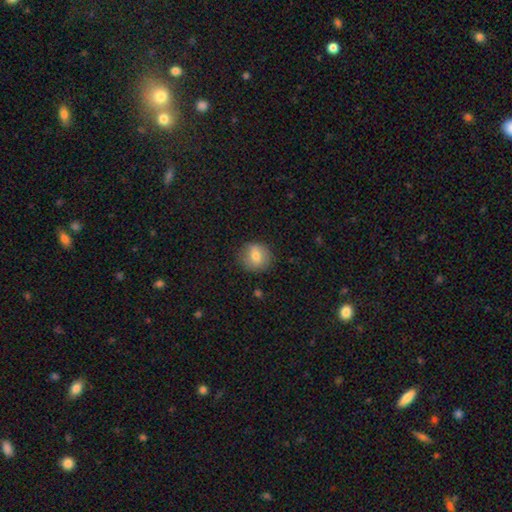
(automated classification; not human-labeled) smooth_or_featured: smooth (p=0.76) [alt: featured or disk p=0.15]
how_rounded: round (p=0.88) [alt: in between p=0.11]
merging: none (p=0.84) [alt: minor disturbance p=0.12]